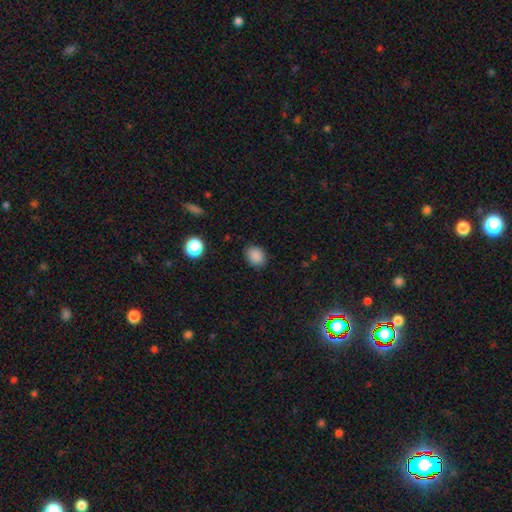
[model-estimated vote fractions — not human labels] The model was most divided on "how rounded": round: 52%, in between: 48%, cigar-shaped: 1%. More confident: smooth or featured — smooth (87%); merging — none (86%).